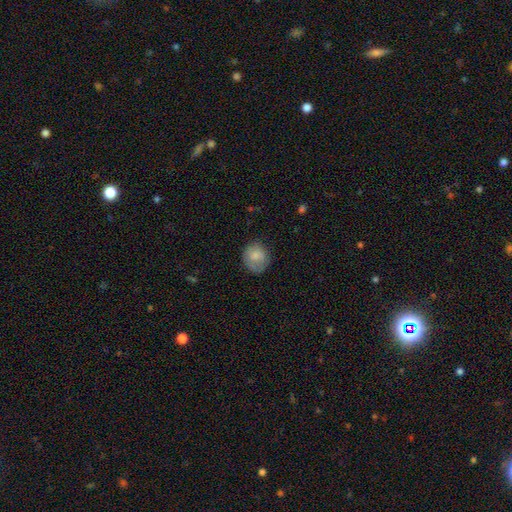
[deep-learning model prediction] This appears to be a smooth galaxy with no disk features (77%) that is round (73%). Merging: none (67%).